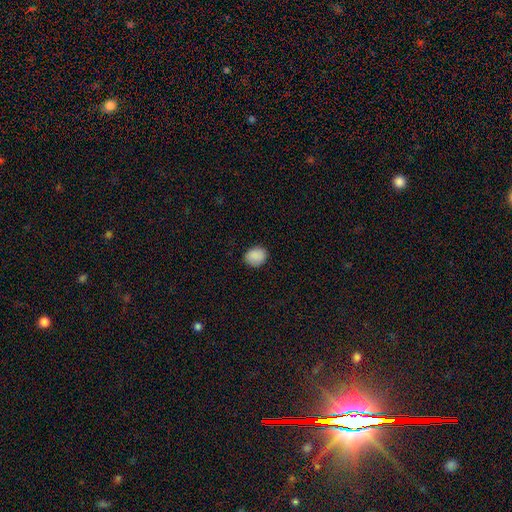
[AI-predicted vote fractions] Smooth or featured? smooth (89%)
How rounded? round (59%)
Merging? none (87%)